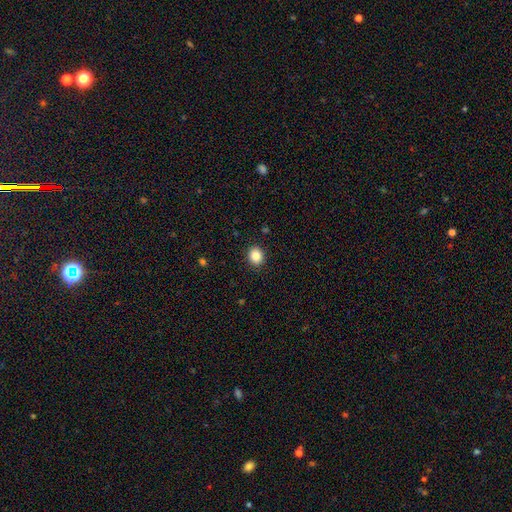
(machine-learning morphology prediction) A smooth galaxy with no disk features (87%) that is round (67%). Merging: none (91%).